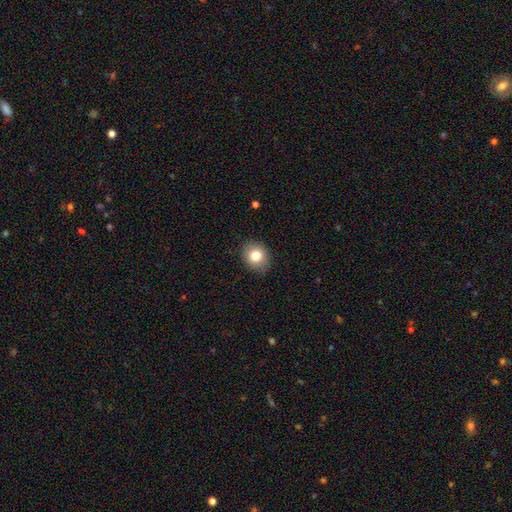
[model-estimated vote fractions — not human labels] This is clearly a smooth galaxy (81%). How rounded: likely round (62%). Merging: clearly none (85%).